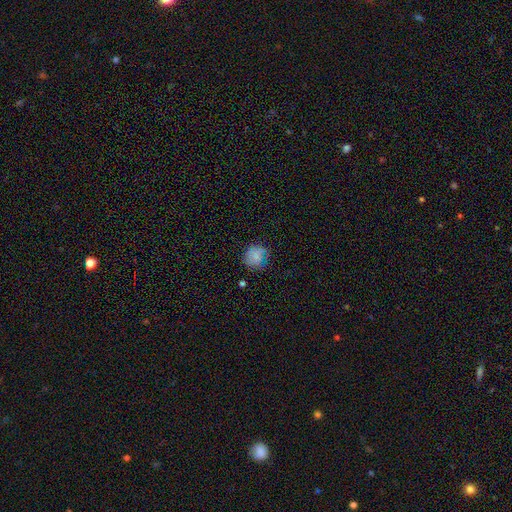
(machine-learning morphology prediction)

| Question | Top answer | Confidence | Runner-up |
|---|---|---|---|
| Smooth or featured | smooth | 76% | featured or disk (13%) |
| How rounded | round | 83% | in between (16%) |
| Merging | none | 69% | minor disturbance (22%) |